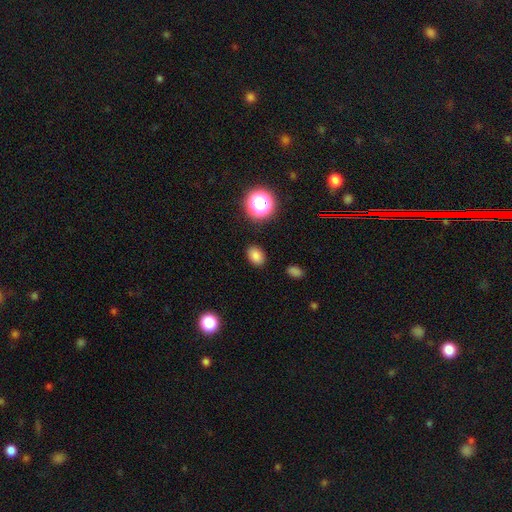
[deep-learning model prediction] Smooth or featured?
  - smooth: 82% *
  - star or artifact: 13%
  - featured or disk: 5%
How rounded?
  - in between: 71% *
  - round: 28%
  - cigar-shaped: 1%
Merging?
  - none: 87% *
  - minor disturbance: 9%
  - major disturbance: 3%
  - merger: 2%